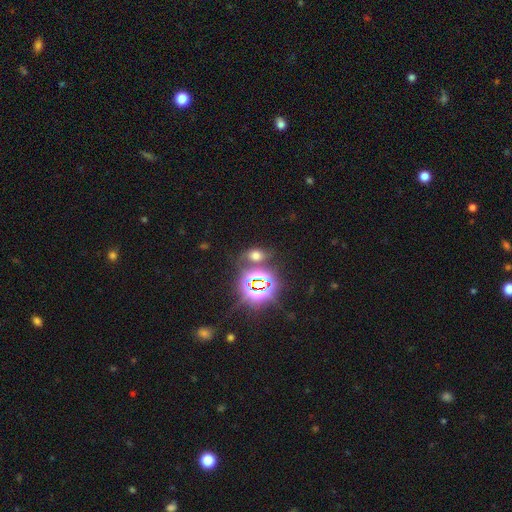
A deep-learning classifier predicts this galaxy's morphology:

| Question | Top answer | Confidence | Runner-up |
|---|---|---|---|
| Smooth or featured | smooth | 48% | star or artifact (42%) |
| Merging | none | 67% | minor disturbance (14%) |